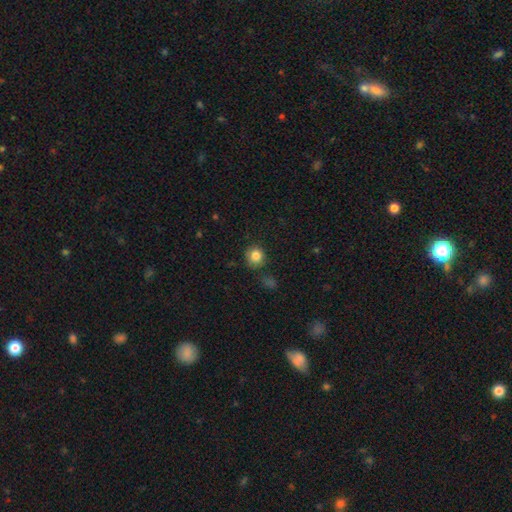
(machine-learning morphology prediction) This appears to be a smooth galaxy with no disk features (85%) that is round (85%). Merging: none (76%).